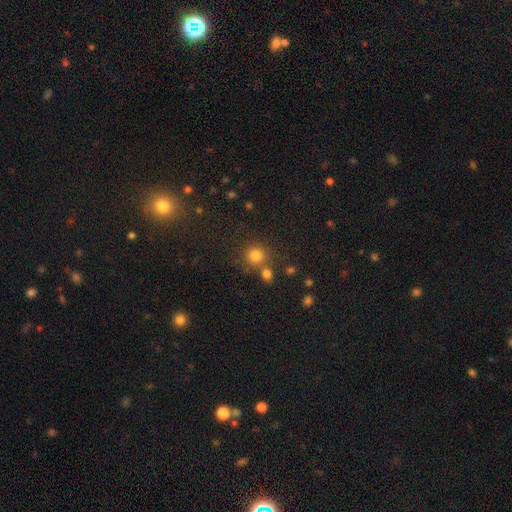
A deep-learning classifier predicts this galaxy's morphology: smooth 80%, star or artifact 14%, featured or disk 6%. Down the decision tree: how rounded — round (89%); merging — none (67%).